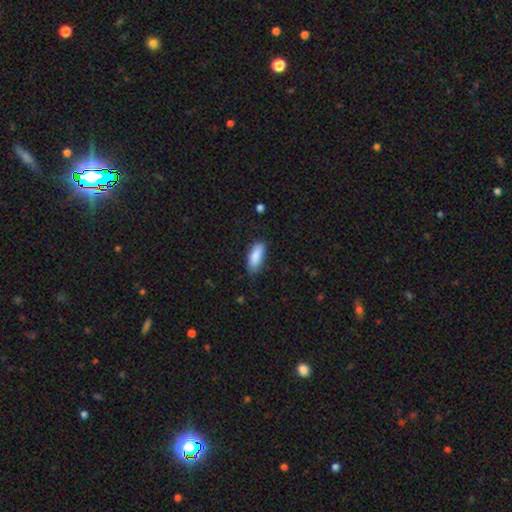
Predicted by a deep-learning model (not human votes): Smooth or featured? smooth (88%)
How rounded? in between (81%)
Merging? none (74%)